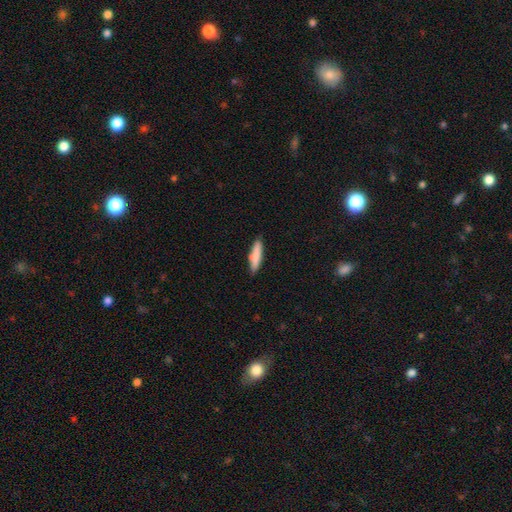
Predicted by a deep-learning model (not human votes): Smooth or featured?
  - smooth: 83% *
  - featured or disk: 11%
  - star or artifact: 6%
How rounded?
  - cigar-shaped: 76% *
  - in between: 22%
  - round: 1%
Merging?
  - none: 83% *
  - minor disturbance: 13%
  - major disturbance: 2%
  - merger: 2%